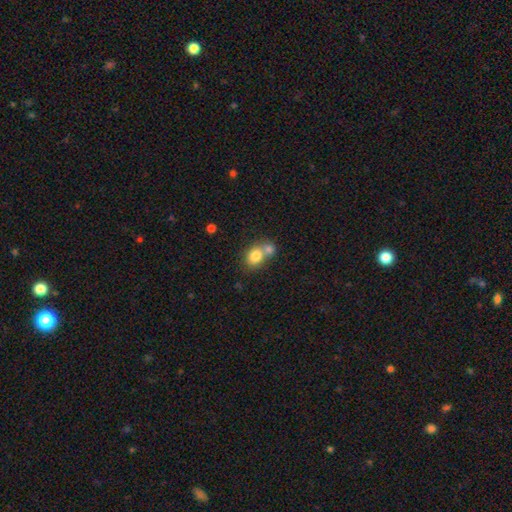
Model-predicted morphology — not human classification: Smooth or featured: smooth — 79% (featured or disk — 11%)
How rounded: round — 56% (in between — 43%)
Merging: merger — 56% (none — 33%)